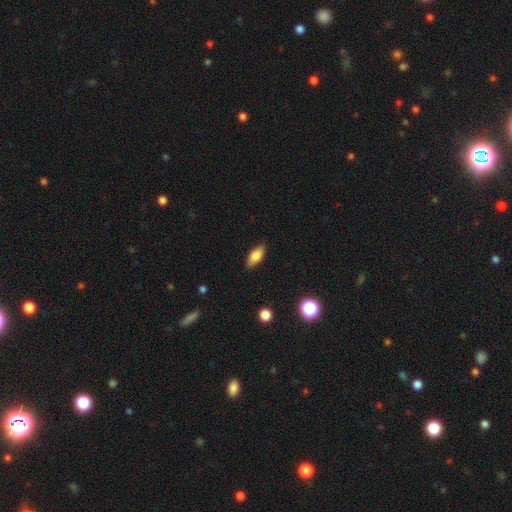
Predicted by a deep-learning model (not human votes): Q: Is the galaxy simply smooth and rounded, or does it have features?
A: smooth — 82%.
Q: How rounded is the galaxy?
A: in between — 85%.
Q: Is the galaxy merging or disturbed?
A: none — 86%.